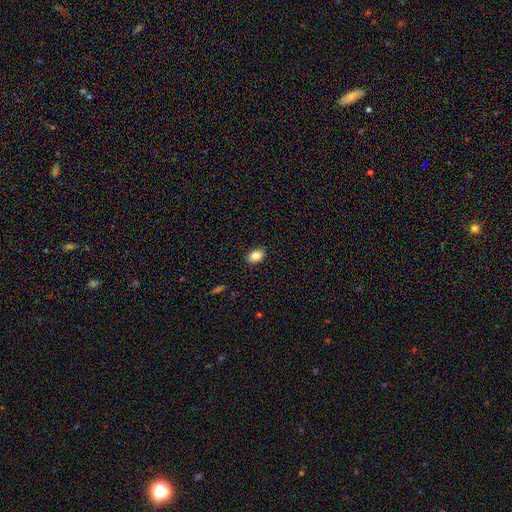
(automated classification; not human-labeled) The model was most divided on "how rounded": in between: 83%, round: 16%, cigar-shaped: 1%. More confident: merging — none (88%); smooth or featured — smooth (85%).